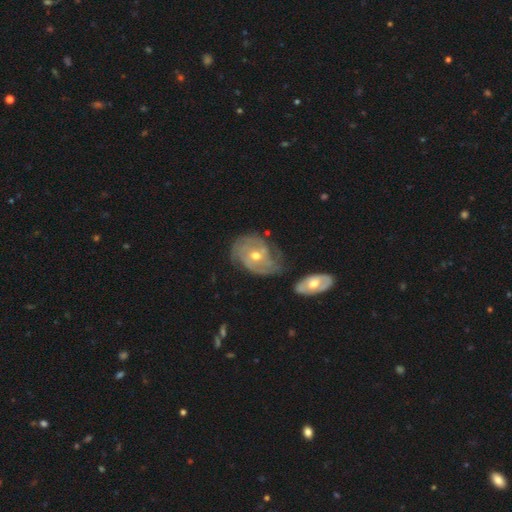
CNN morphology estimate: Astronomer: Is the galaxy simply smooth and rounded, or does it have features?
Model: featured or disk — 84%.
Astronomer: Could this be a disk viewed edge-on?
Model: no — 97%.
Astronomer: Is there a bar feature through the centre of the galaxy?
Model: no — 63%.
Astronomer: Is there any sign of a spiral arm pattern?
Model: yes — 91%.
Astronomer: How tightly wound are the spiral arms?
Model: tight — 57% (runner-up: medium, 32%).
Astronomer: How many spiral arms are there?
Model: can't tell — 33% (runner-up: 3, 24%).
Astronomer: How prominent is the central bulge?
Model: moderate — 62%.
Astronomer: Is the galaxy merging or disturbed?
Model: none — 57%.